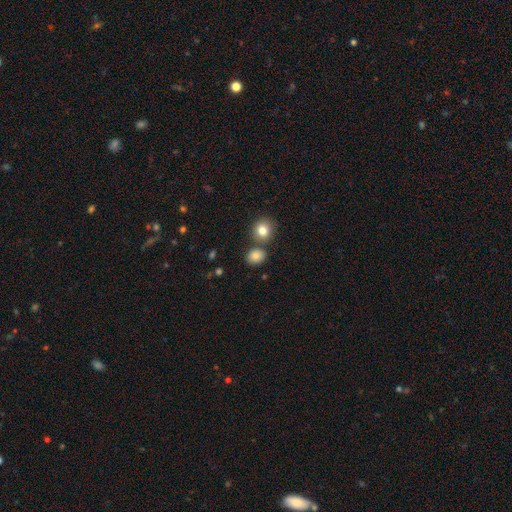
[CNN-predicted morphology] smooth_or_featured: smooth (p=0.82) [alt: star or artifact p=0.11]
how_rounded: round (p=0.61) [alt: in between p=0.38]
merging: none (p=0.70) [alt: merger p=0.17]